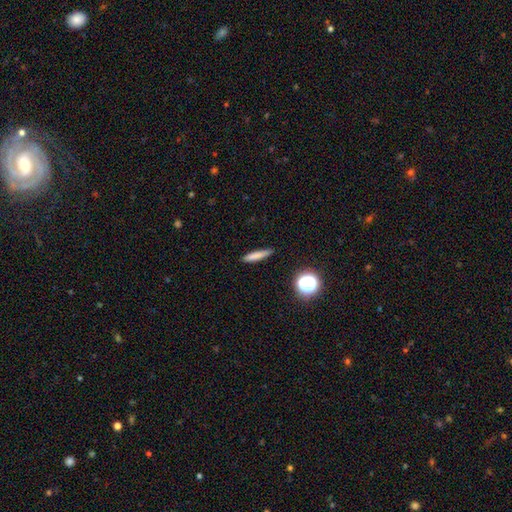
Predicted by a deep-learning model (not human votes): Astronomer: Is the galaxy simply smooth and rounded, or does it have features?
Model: smooth — 77%.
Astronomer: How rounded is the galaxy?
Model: cigar-shaped — 86%.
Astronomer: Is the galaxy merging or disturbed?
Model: none — 83%.